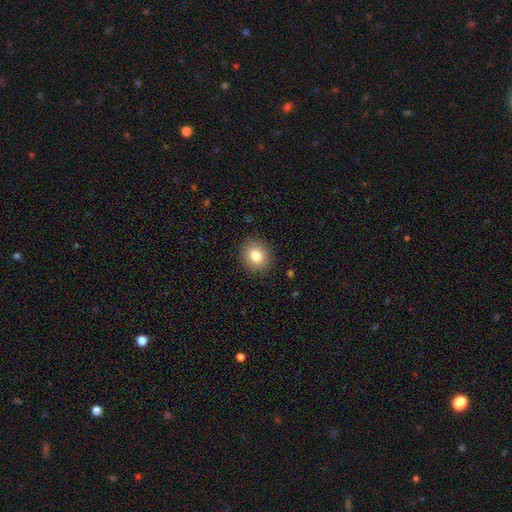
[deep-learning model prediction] The model was most divided on "how rounded": round: 74%, in between: 25%, cigar-shaped: 1%. More confident: merging — none (90%); smooth or featured — smooth (82%).